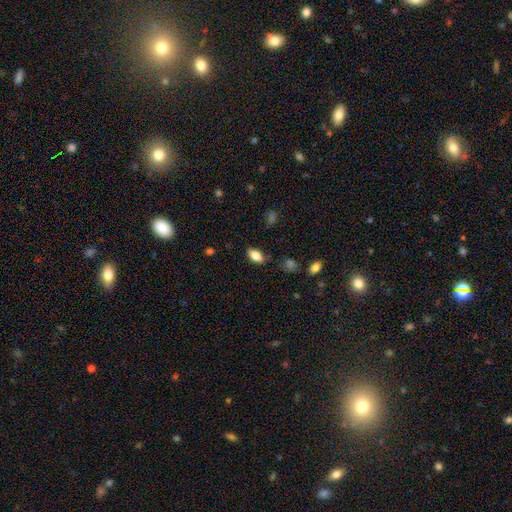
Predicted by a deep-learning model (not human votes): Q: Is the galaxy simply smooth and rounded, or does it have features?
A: smooth — 82%.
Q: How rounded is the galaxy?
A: in between — 90%.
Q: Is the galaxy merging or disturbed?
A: none — 82%.